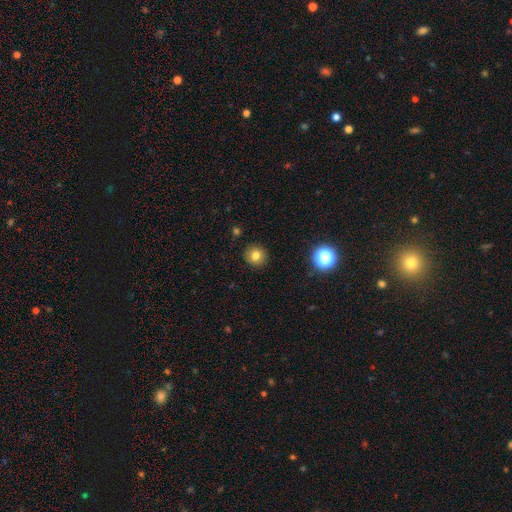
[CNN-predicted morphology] smooth_or_featured: smooth (p=0.79) [alt: star or artifact p=0.13]
how_rounded: round (p=0.92) [alt: in between p=0.07]
merging: none (p=0.91) [alt: minor disturbance p=0.06]